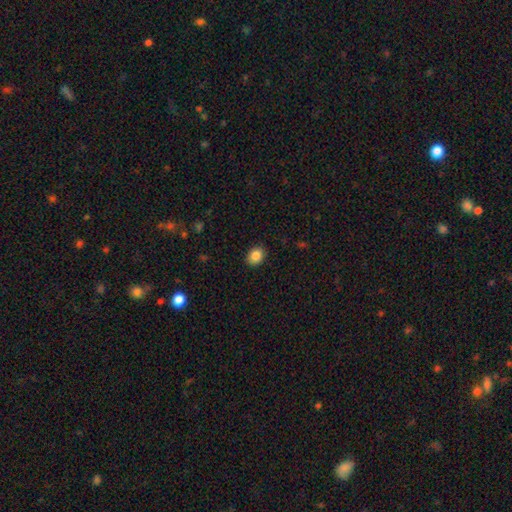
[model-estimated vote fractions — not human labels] This is clearly a smooth galaxy (86%). How rounded: possibly in between (55%). Merging: clearly none (89%).